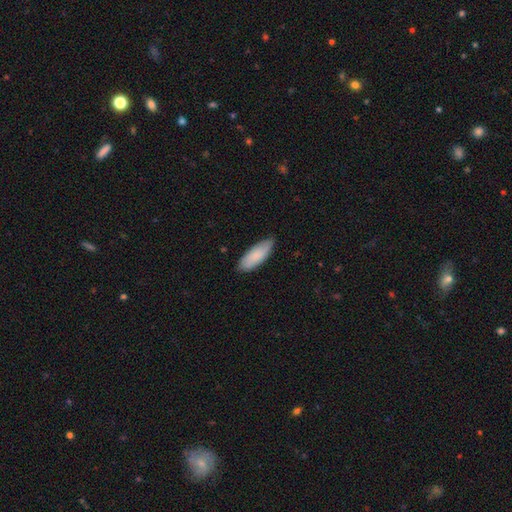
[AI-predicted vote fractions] This appears to be a smooth galaxy with no disk features (84%) that is in between round and cigar-shaped (69%). Merging: none (81%).